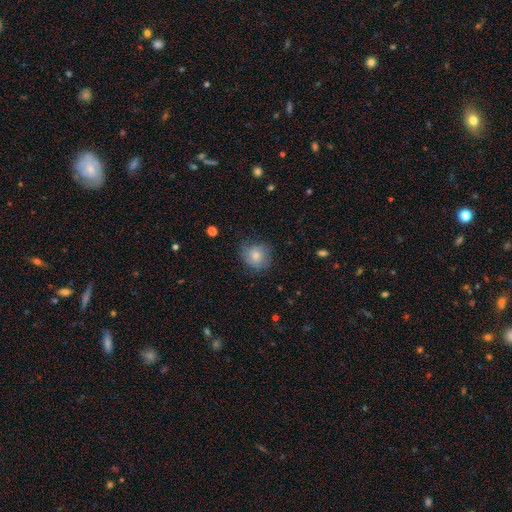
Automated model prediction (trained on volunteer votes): smooth 77%, featured or disk 14%, star or artifact 9%. Down the decision tree: how rounded — round (82%); merging — none (67%).